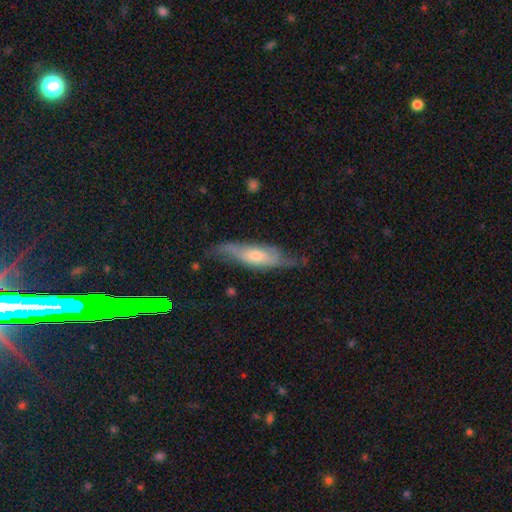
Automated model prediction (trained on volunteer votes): smooth-or-featured: featured or disk: 57% | smooth: 36% | star or artifact: 7%
  disk-edge-on: no: 52% | yes: 48%
  merging: none: 61% | minor disturbance: 28% | major disturbance: 10% | merger: 2%